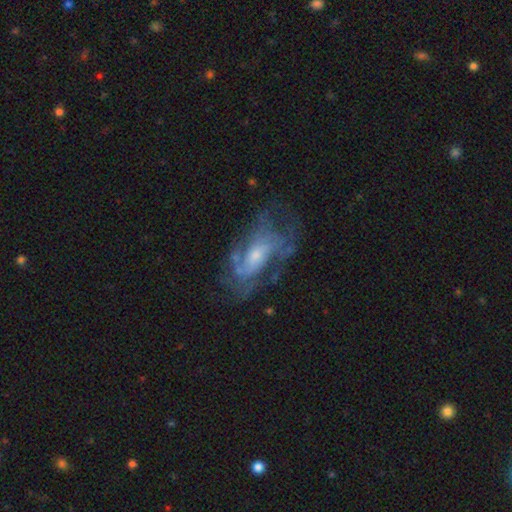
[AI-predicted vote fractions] featured or disk 75%, smooth 16%, star or artifact 9%. Down the decision tree: edge-on disk — no (94%); bar — no (60%); spiral arms — yes (77%); spiral arm count — can't tell (43%); spiral winding — medium (43%); bulge size — small (48%); merging — none (55%).